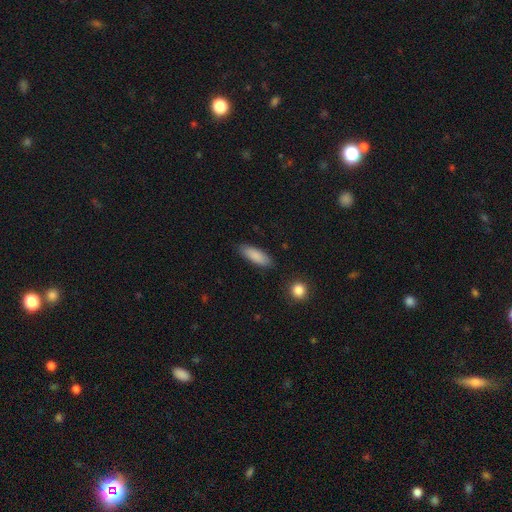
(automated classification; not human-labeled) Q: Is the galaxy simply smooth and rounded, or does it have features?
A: smooth — 87%.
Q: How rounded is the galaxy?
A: in between — 61%.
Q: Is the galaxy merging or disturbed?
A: none — 86%.